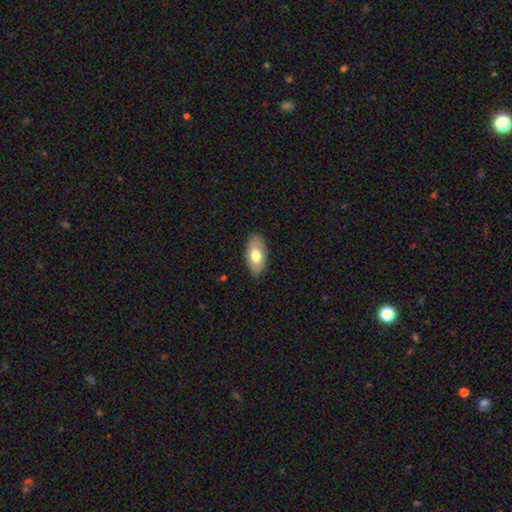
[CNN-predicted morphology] A smooth galaxy with no disk features (72%) that is in between round and cigar-shaped (93%). Merging: none (86%).